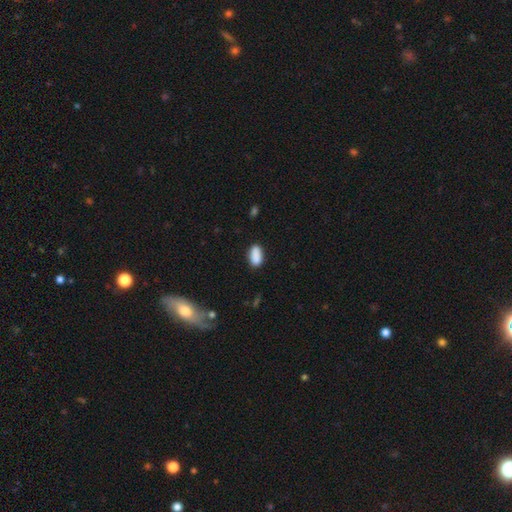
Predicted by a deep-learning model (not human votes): Morphology: type=smooth (89%); roundness=in between (92%); merging=none (82%).